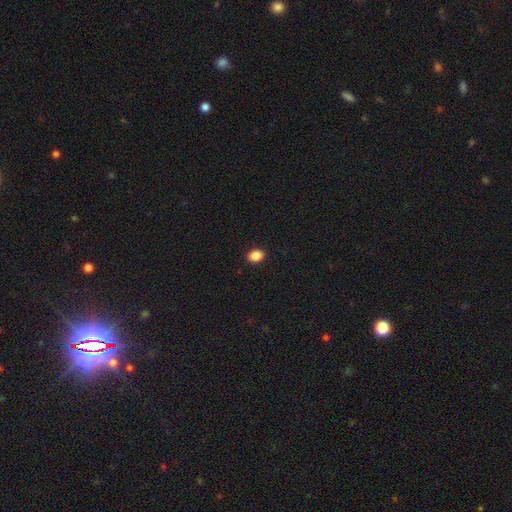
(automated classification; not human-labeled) smooth_or_featured: smooth (p=0.88) [alt: star or artifact p=0.09]
how_rounded: in between (p=0.68) [alt: round p=0.31]
merging: none (p=0.91) [alt: minor disturbance p=0.06]